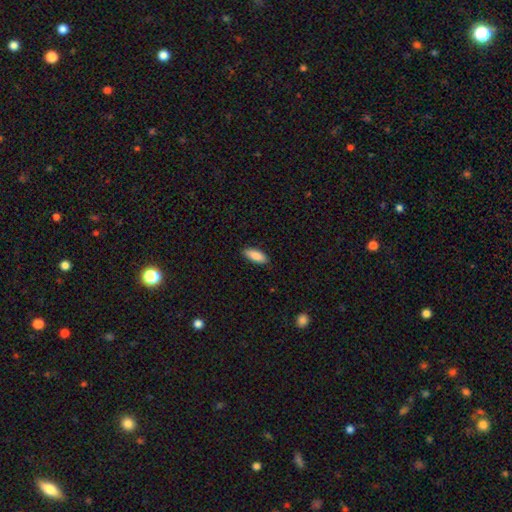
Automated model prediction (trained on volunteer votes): Smooth or featured?
  - smooth: 88% *
  - star or artifact: 6%
  - featured or disk: 6%
How rounded?
  - in between: 76% *
  - cigar-shaped: 22%
  - round: 2%
Merging?
  - none: 88% *
  - minor disturbance: 9%
  - major disturbance: 2%
  - merger: 1%